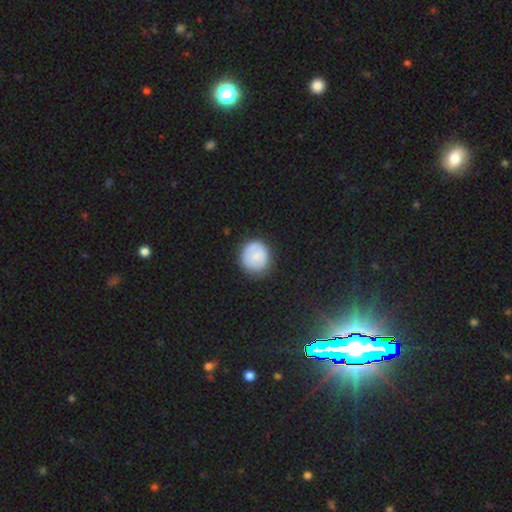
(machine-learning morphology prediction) smooth-or-featured: smooth: 71% | featured or disk: 21% | star or artifact: 8%
  how-rounded: round: 89% | in between: 10% | cigar-shaped: 1%
  merging: none: 80% | minor disturbance: 14% | major disturbance: 4% | merger: 1%